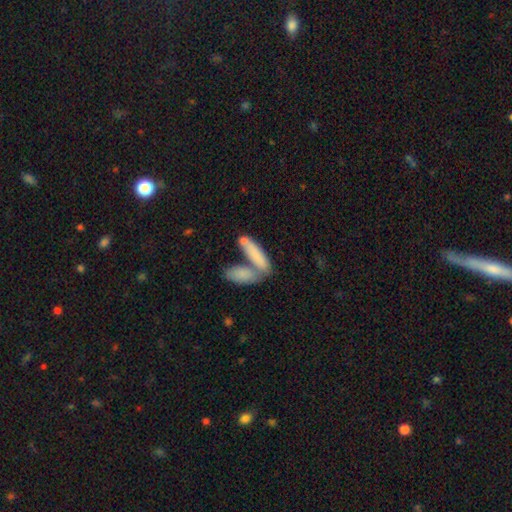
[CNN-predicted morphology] type=smooth (80%); roundness=cigar-shaped (53%); merging=merger (43%).